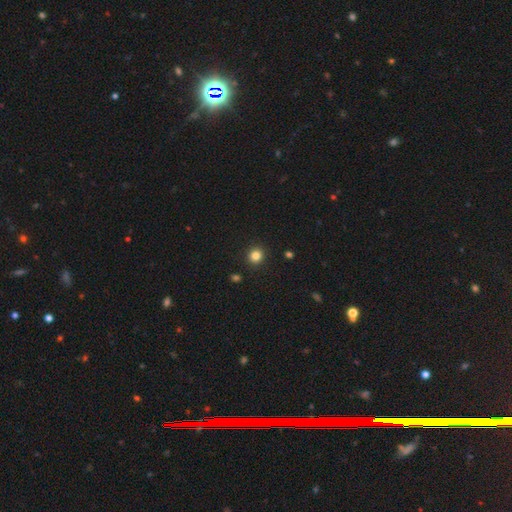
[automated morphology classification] Smooth or featured? Predicted: smooth (p=0.83). How rounded? Predicted: round (p=0.91). Merging? Predicted: none (p=0.92).